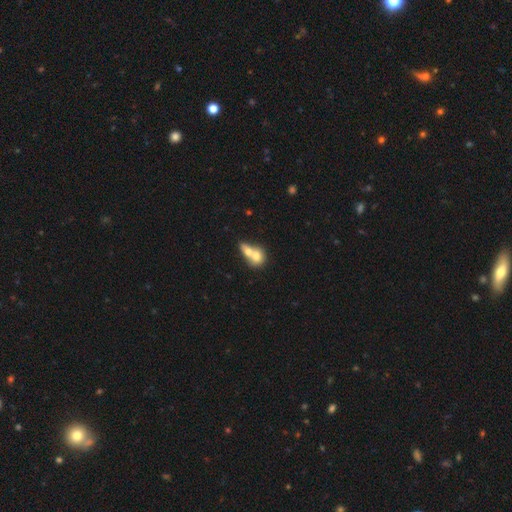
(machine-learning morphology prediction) Smooth or featured: smooth — 68% (featured or disk — 24%)
How rounded: round — 49% (in between — 48%)
Merging: merger — 76% (none — 16%)